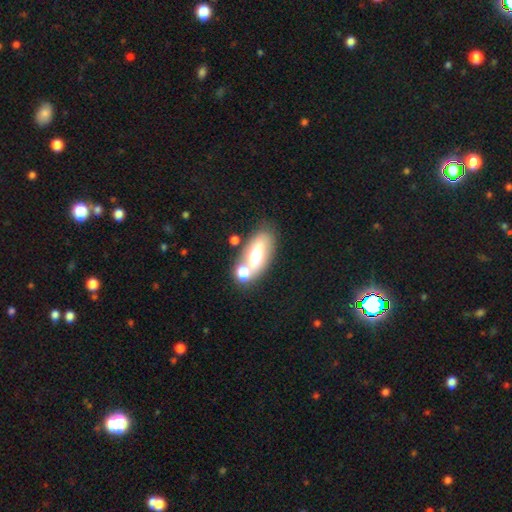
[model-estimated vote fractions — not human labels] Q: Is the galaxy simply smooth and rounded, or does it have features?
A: smooth — 52%.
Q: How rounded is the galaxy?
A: in between — 78%.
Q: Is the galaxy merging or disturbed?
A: none — 51%.